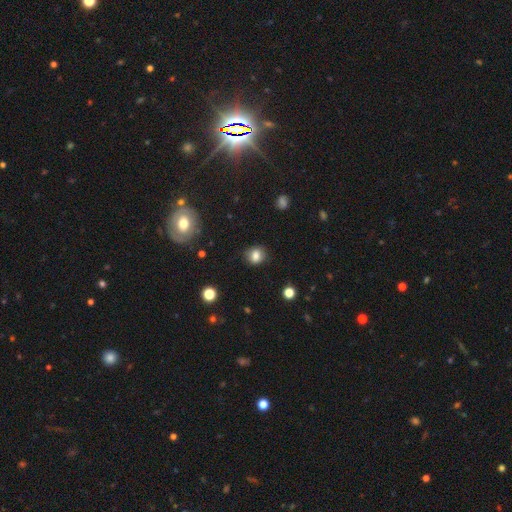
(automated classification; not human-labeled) Smooth or featured? Predicted: smooth (p=0.81). How rounded? Predicted: round (p=0.72). Merging? Predicted: none (p=0.85).